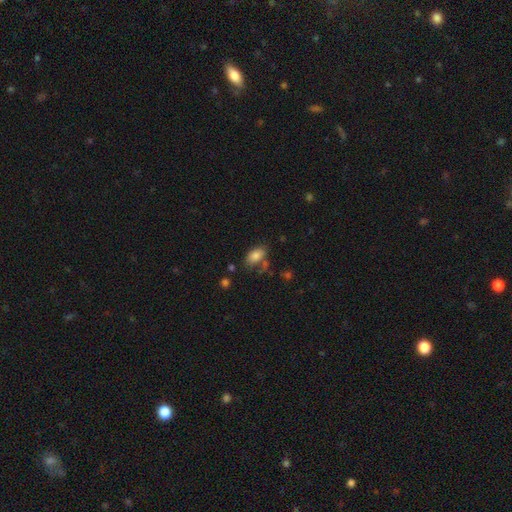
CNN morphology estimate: smooth-or-featured: smooth: 82% | featured or disk: 10% | star or artifact: 9%
  how-rounded: in between: 91% | round: 7% | cigar-shaped: 2%
  merging: none: 60% | minor disturbance: 21% | merger: 11% | major disturbance: 8%